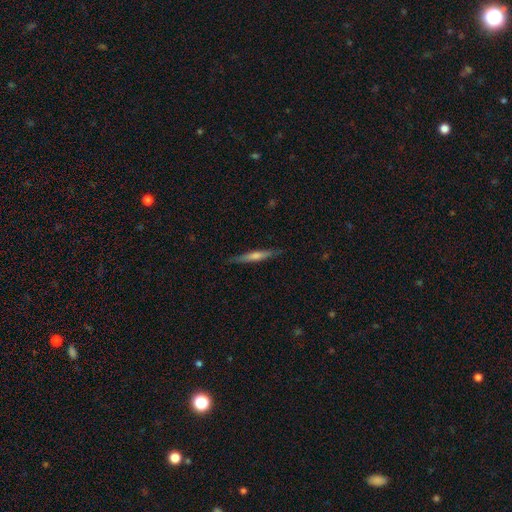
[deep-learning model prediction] The model was most divided on "smooth or featured": featured or disk: 58%, smooth: 36%, star or artifact: 6%. More confident: edge-on disk — yes (97%); merging — none (89%); edge-on bulge — rounded (62%).